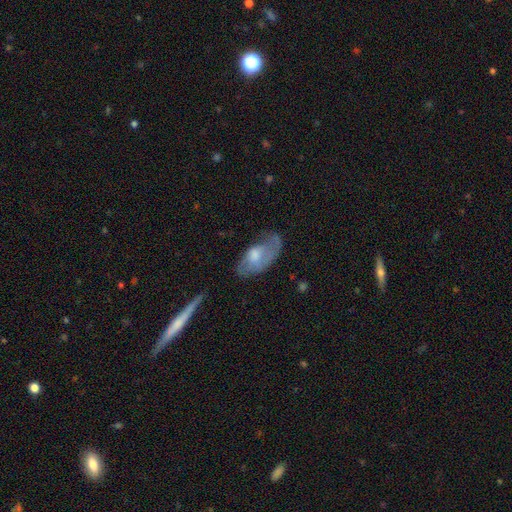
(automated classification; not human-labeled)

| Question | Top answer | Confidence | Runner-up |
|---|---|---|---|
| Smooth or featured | featured or disk | 51% | smooth (42%) |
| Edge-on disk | no | 89% | yes (11%) |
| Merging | none | 46% | minor disturbance (30%) |